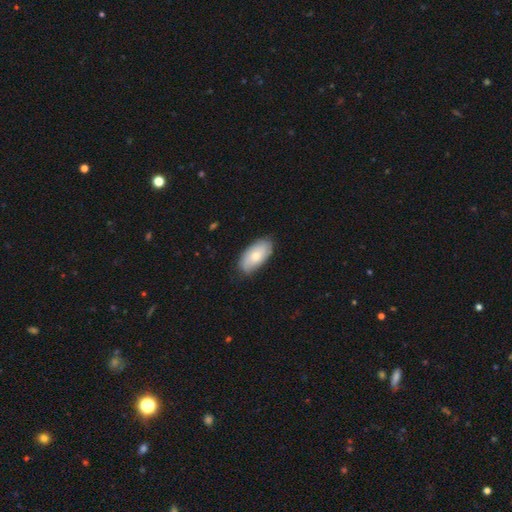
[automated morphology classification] smooth-or-featured: smooth: 70% | featured or disk: 24% | star or artifact: 6%
  how-rounded: in between: 94% | cigar-shaped: 3% | round: 2%
  merging: none: 81% | minor disturbance: 16% | major disturbance: 3% | merger: 1%